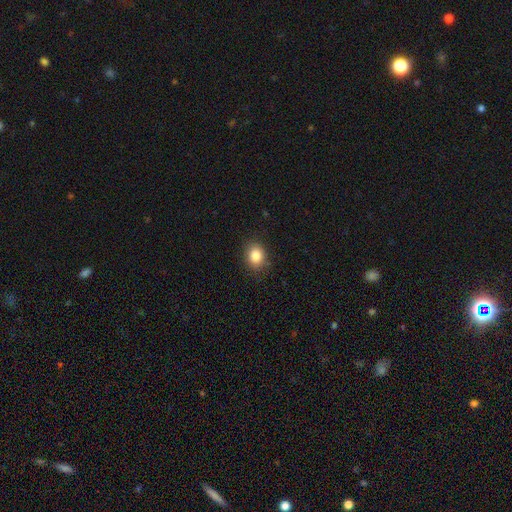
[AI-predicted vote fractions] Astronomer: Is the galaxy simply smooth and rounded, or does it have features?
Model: smooth — 85%.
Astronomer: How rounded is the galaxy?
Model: round — 52% (runner-up: in between, 47%).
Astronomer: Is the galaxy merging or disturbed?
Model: none — 85%.